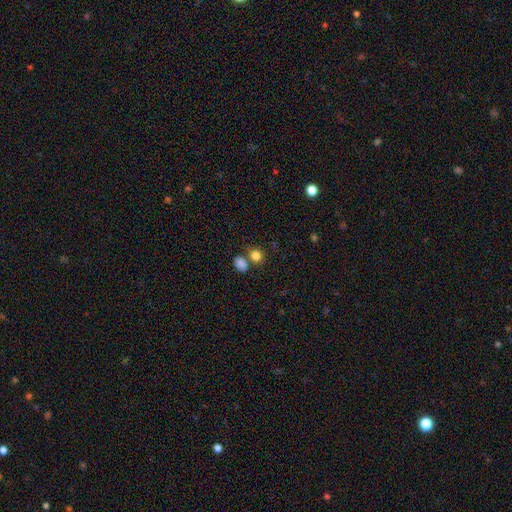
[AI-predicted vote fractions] A smooth galaxy with no disk features (83%) that is round (69%). Merging: none (59%).